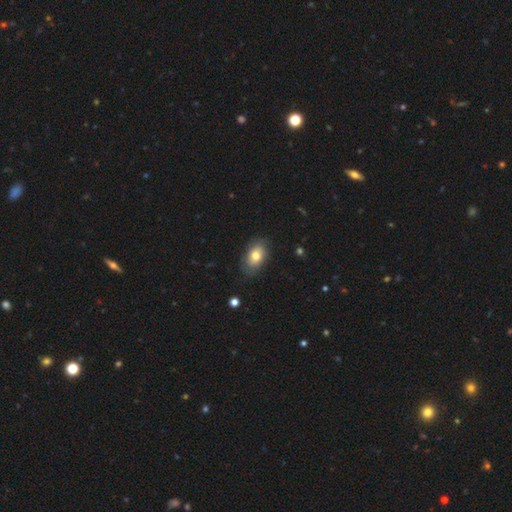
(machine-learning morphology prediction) This appears to be a smooth galaxy with no disk features (75%) that is in between round and cigar-shaped (88%). Merging: none (78%).